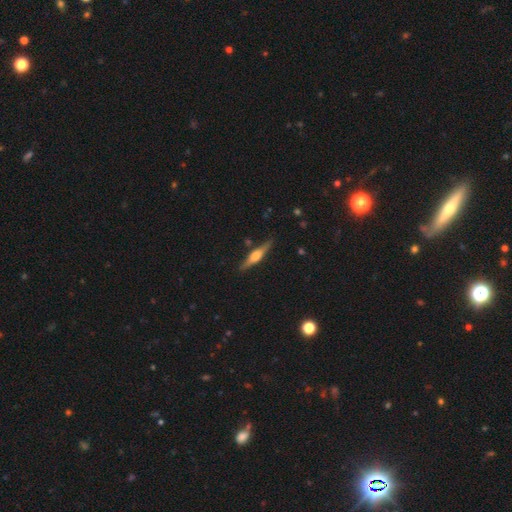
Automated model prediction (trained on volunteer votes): The model was most divided on "smooth or featured": featured or disk: 67%, smooth: 28%, star or artifact: 6%. More confident: edge-on disk — yes (97%); edge-on bulge — rounded (87%); merging — none (87%).